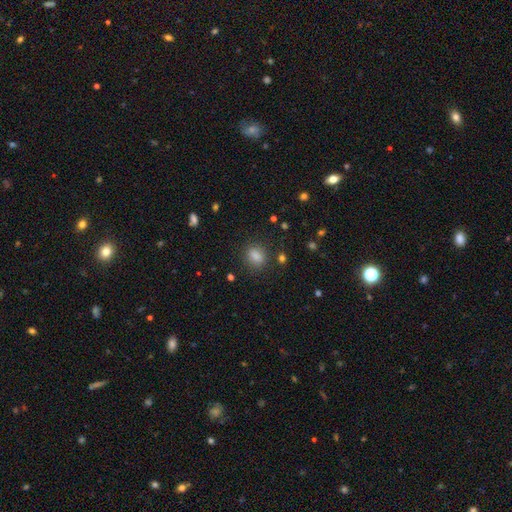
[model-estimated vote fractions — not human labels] A smooth galaxy with no disk features (80%) that is round (52%). Merging: none (85%).